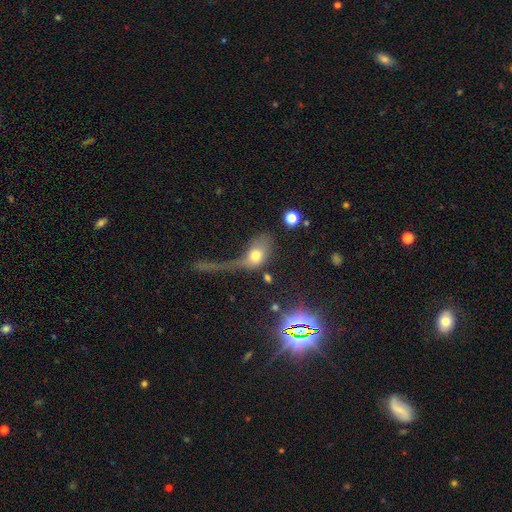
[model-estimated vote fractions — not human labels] This appears to be a smooth galaxy with no disk features (65%) that is in between round and cigar-shaped (72%). Merging: major disturbance (53%).